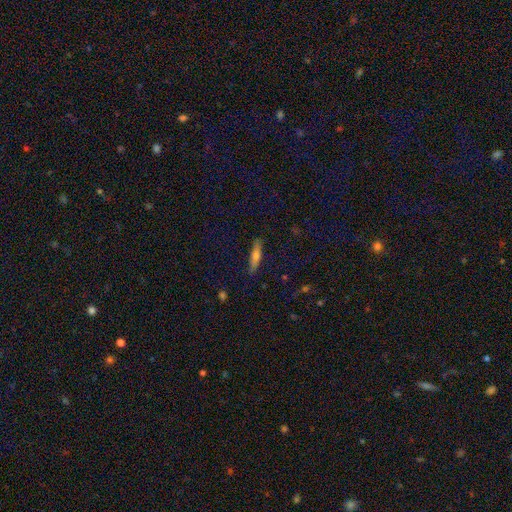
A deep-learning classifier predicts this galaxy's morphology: A smooth galaxy with no disk features (55%) that is cigar-shaped (82%). Merging: none (87%).